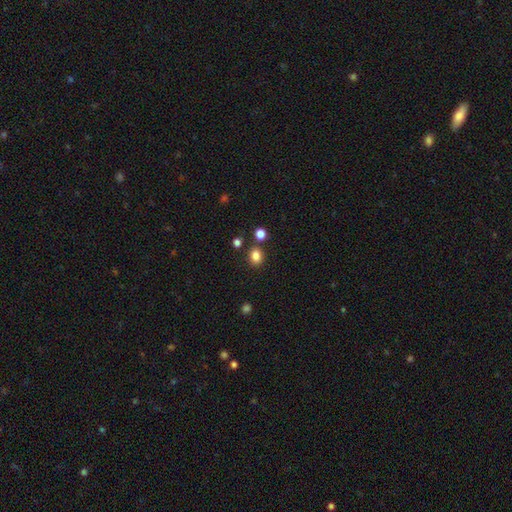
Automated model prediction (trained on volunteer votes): Smooth or featured: smooth — 83% (star or artifact — 12%)
How rounded: round — 52% (in between — 47%)
Merging: none — 81% (minor disturbance — 9%)